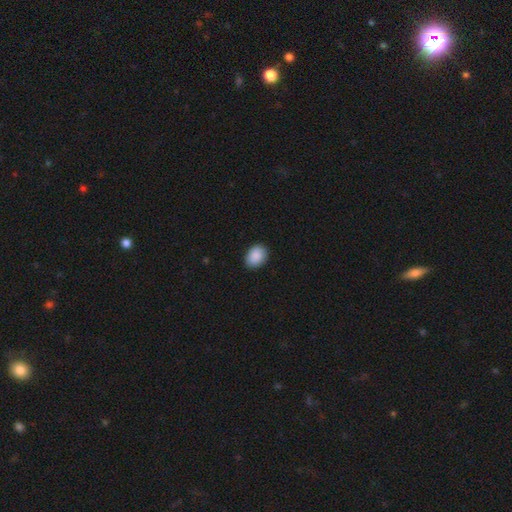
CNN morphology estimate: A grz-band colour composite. It shows a smooth galaxy with no disk features (90%) that is in between round and cigar-shaped (70%). Merging: none (88%).